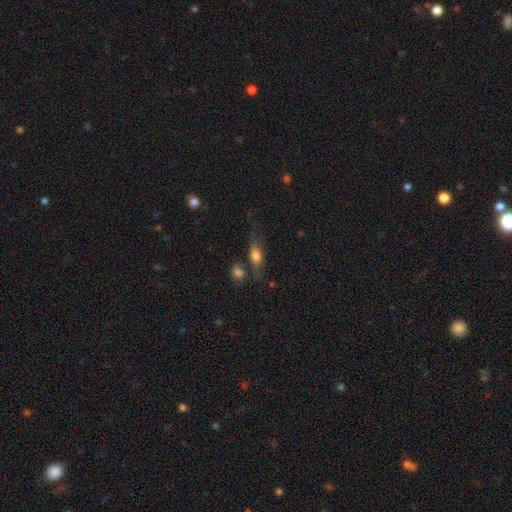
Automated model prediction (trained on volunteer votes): Overall: smooth (68%). How rounded: in between (68%). Merging: none (57%; minor disturbance 20%).